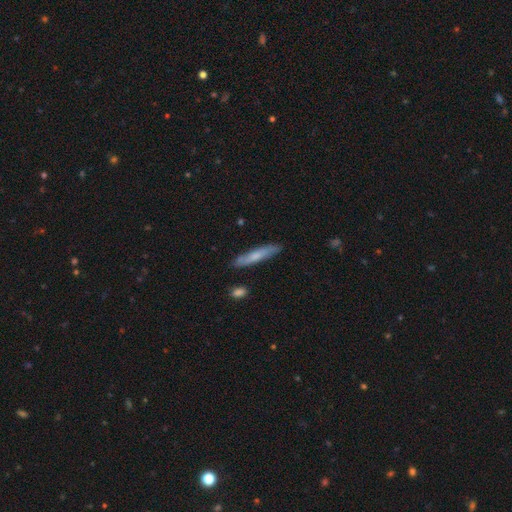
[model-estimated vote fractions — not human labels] A smooth galaxy with no disk features (64%) that is cigar-shaped (89%). Merging: none (85%).